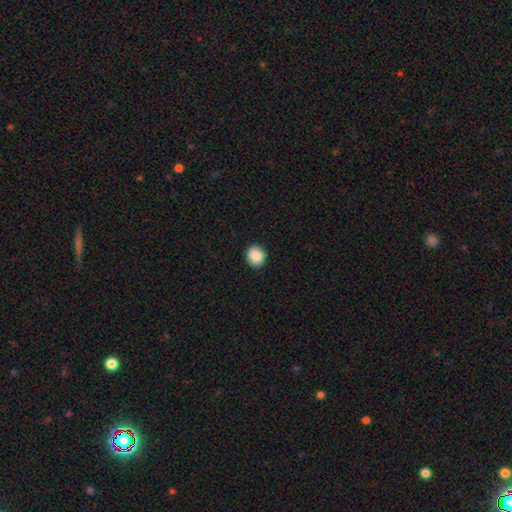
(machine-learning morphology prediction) This is clearly a smooth galaxy (90%). How rounded: clearly round (89%). Merging: clearly none (92%).